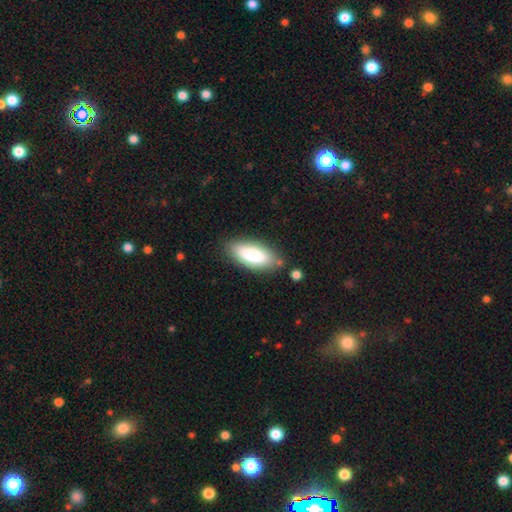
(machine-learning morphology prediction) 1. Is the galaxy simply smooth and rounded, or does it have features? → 83% smooth, 11% featured or disk, 6% star or artifact.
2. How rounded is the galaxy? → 80% in between, 18% cigar-shaped, 2% round.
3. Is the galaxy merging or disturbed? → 80% none, 13% minor disturbance, 4% merger, 3% major disturbance.